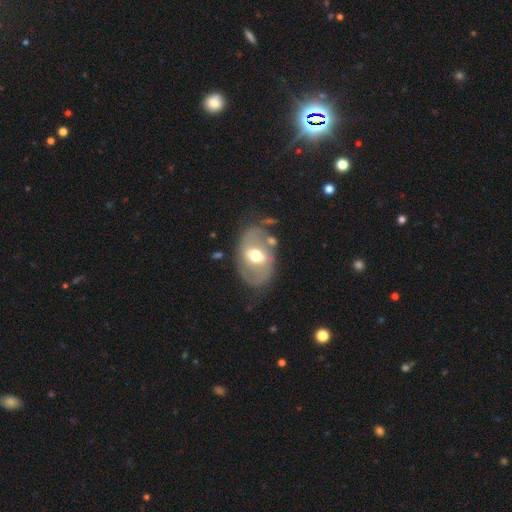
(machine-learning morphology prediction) This appears to be a featured or disk galaxy (60%) with a weak bar (44%), no spiral arms (50%, tied with yes) and a moderate central bulge (72%). Merging: none (64%).